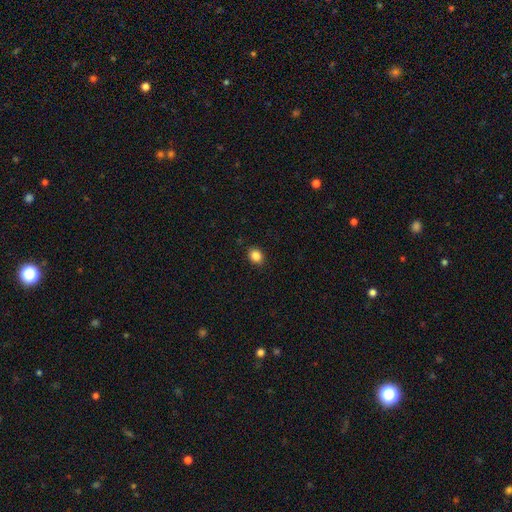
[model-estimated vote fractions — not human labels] Q: Smooth or featured?
A: smooth (86%); runner-up: star or artifact (10%)
Q: How rounded?
A: round (54%); runner-up: in between (45%)
Q: Merging?
A: none (89%); runner-up: minor disturbance (8%)